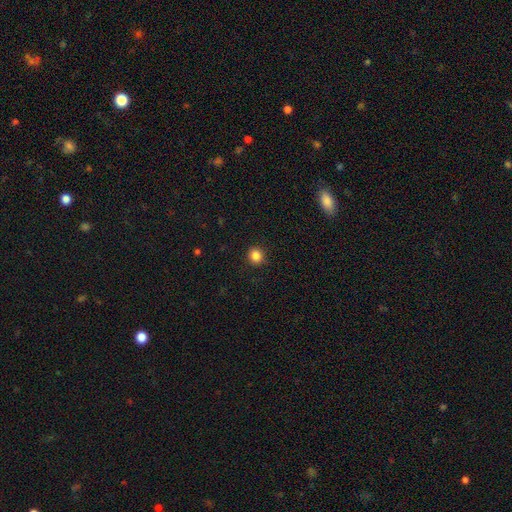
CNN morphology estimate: The model was most divided on "smooth or featured": smooth: 85%, star or artifact: 11%, featured or disk: 4%. More confident: merging — none (91%); how rounded — round (90%).